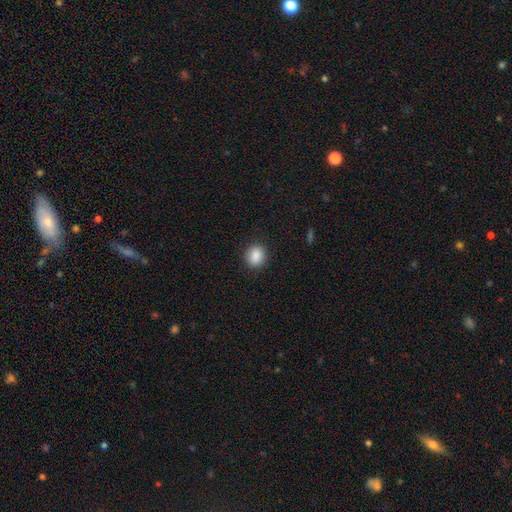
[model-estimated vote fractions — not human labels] The model was most divided on "how rounded": round: 56%, in between: 43%, cigar-shaped: 1%. More confident: merging — none (89%); smooth or featured — smooth (88%).